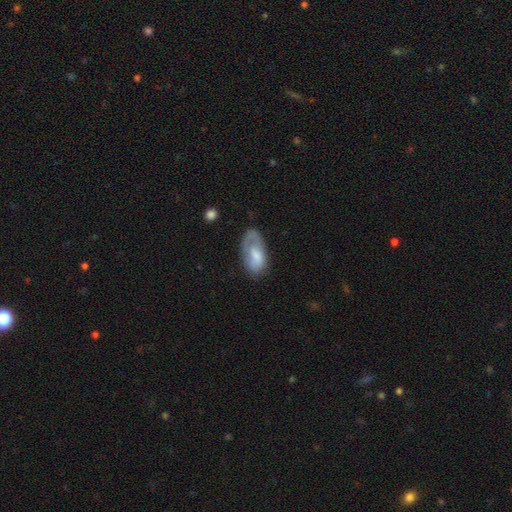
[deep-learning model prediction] A smooth galaxy with no disk features (65%) that is in between round and cigar-shaped (93%).

Vote fractions:
- Smooth or featured? smooth: 65% / featured or disk: 29% / star or artifact: 6%
- How rounded? in between: 93% / cigar-shaped: 4% / round: 3%
- Merging? none: 48% / minor disturbance: 30% / major disturbance: 20% / merger: 3%